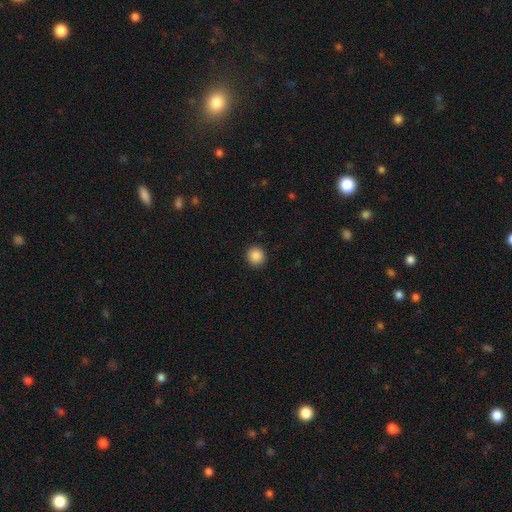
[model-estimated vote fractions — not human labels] A smooth galaxy with no disk features (88%) that is round (91%). Merging: none (92%).